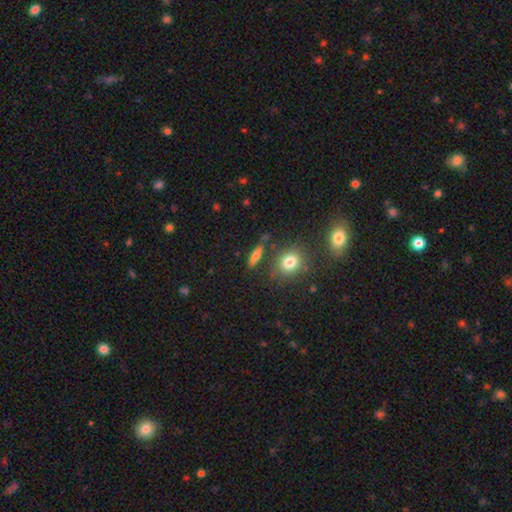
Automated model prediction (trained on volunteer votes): Smooth or featured? smooth (63%)
How rounded? cigar-shaped (61%)
Merging? none (79%)